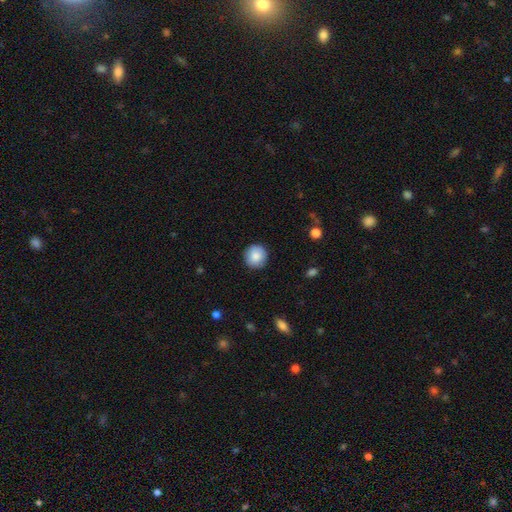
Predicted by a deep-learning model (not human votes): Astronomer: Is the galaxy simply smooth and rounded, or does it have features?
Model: smooth — 85%.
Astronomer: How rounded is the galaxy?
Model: round — 93%.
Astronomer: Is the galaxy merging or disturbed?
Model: none — 89%.